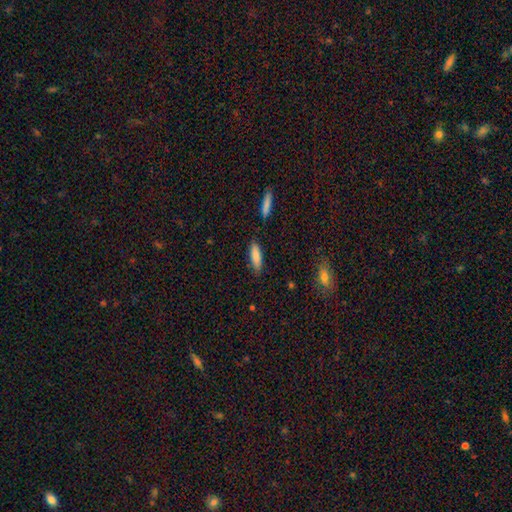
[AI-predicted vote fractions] smooth-or-featured: smooth: 86% | featured or disk: 8% | star or artifact: 6%
  how-rounded: in between: 50% | cigar-shaped: 49% | round: 2%
  merging: none: 83% | minor disturbance: 12% | major disturbance: 2% | merger: 2%